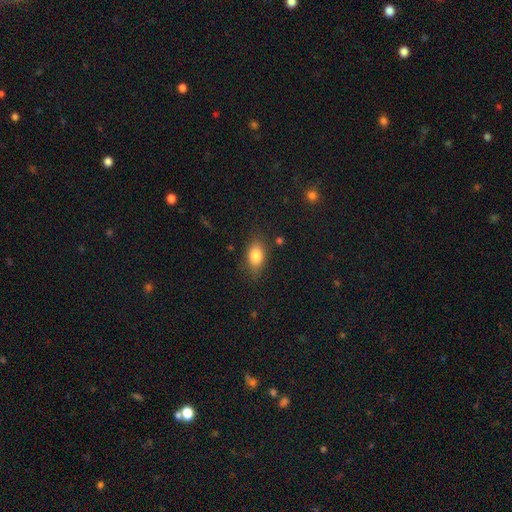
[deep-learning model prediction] Overall: smooth (82%). How rounded: in between (85%). Merging: none (78%).